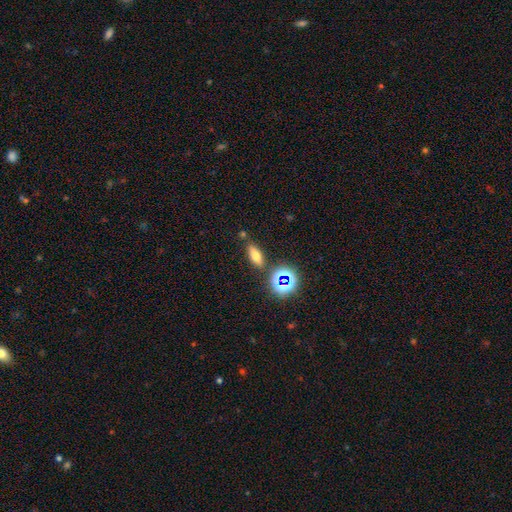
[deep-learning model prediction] This appears to be a smooth galaxy with no disk features (64%) that is in between round and cigar-shaped (63%). Merging: none (79%).